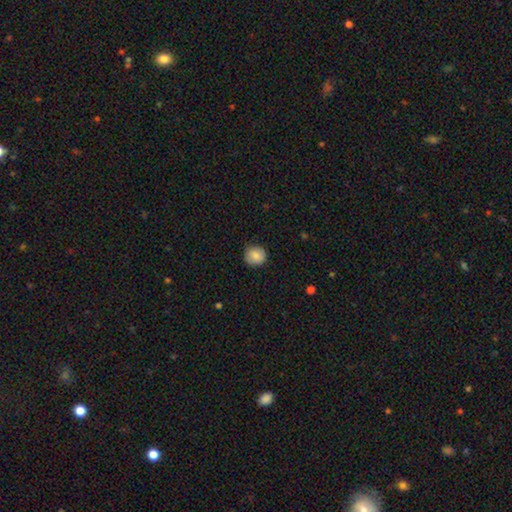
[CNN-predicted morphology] This appears to be a smooth galaxy with no disk features (83%) that is round (87%). Merging: none (86%).